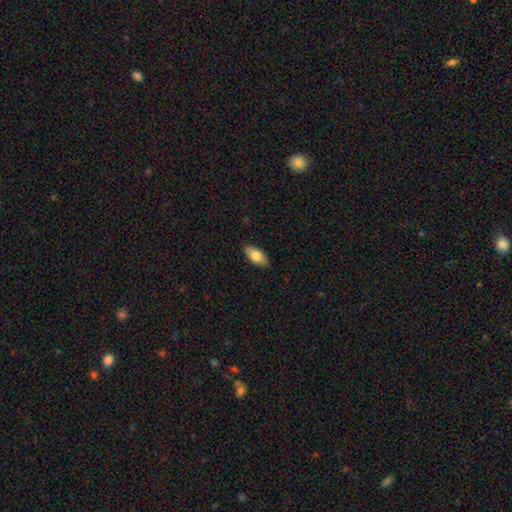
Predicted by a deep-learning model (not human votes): A smooth galaxy with no disk features (79%) that is in between round and cigar-shaped (92%). Merging: none (86%).